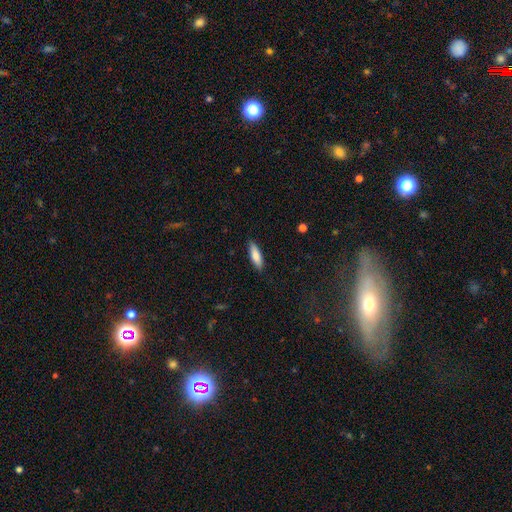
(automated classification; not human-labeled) The model was most divided on "how rounded": cigar-shaped: 57%, in between: 41%, round: 2%. More confident: merging — none (86%); smooth or featured — smooth (77%).